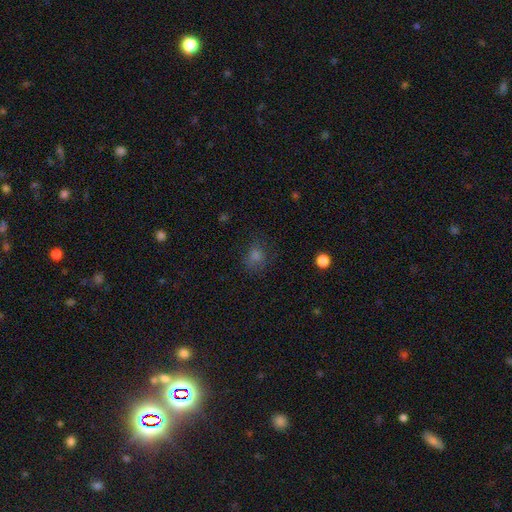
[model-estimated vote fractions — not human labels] Morphology: type=smooth (67%); roundness=round (65%); merging=none (72%).